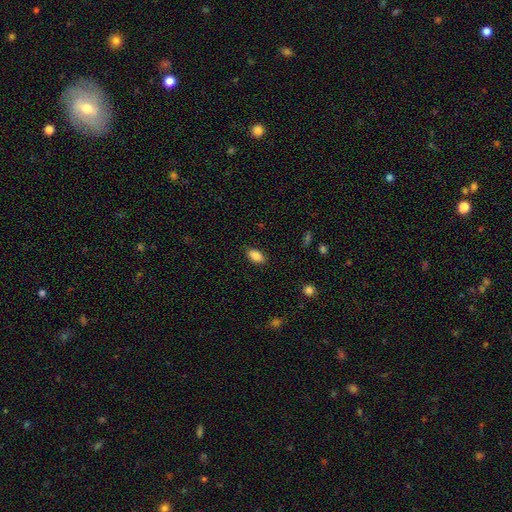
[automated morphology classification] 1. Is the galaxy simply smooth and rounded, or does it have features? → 86% smooth, 8% star or artifact, 6% featured or disk.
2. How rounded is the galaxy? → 92% in between, 5% cigar-shaped, 4% round.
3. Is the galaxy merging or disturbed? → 87% none, 9% minor disturbance, 2% major disturbance, 1% merger.